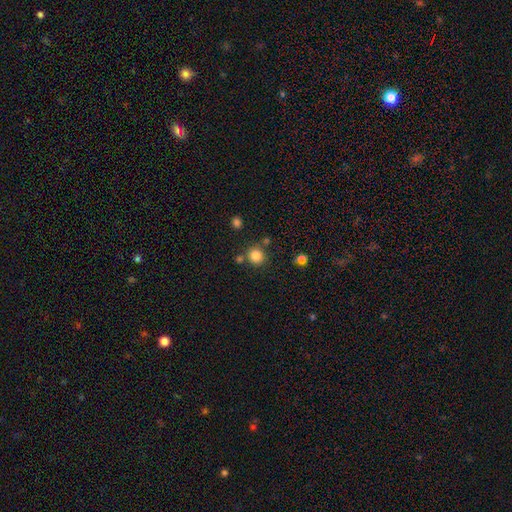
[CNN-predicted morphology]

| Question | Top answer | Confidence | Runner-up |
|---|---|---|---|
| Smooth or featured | smooth | 83% | star or artifact (12%) |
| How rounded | round | 92% | in between (7%) |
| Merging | none | 78% | merger (11%) |